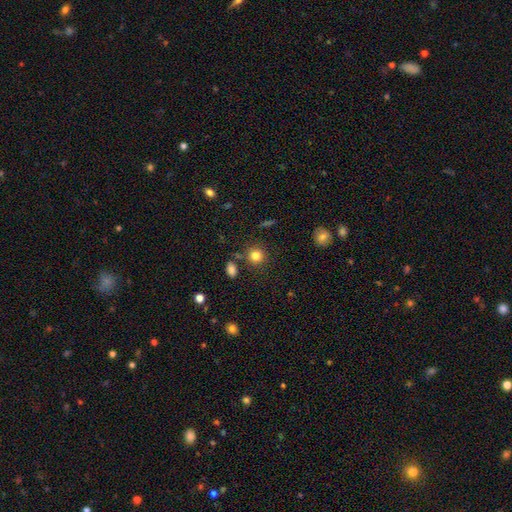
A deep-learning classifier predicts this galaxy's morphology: A smooth galaxy with no disk features (82%) that is round (86%).

Vote fractions:
- Smooth or featured? smooth: 82% / star or artifact: 12% / featured or disk: 6%
- How rounded? round: 86% / in between: 13% / cigar-shaped: 1%
- Merging? none: 82% / minor disturbance: 9% / merger: 6% / major disturbance: 3%